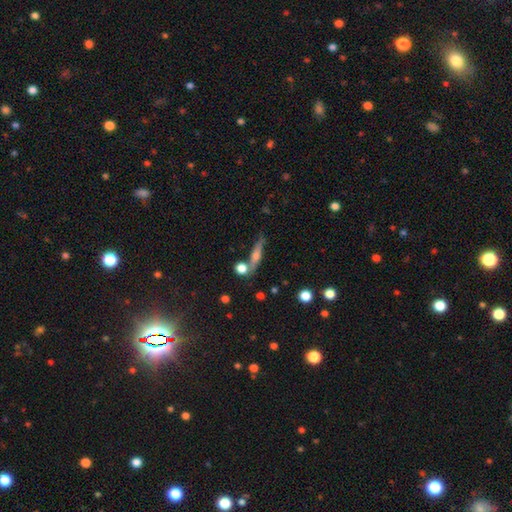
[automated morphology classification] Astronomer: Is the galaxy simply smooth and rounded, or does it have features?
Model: featured or disk — 48% (runner-up: smooth, 42%).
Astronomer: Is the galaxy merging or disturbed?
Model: none — 71%.